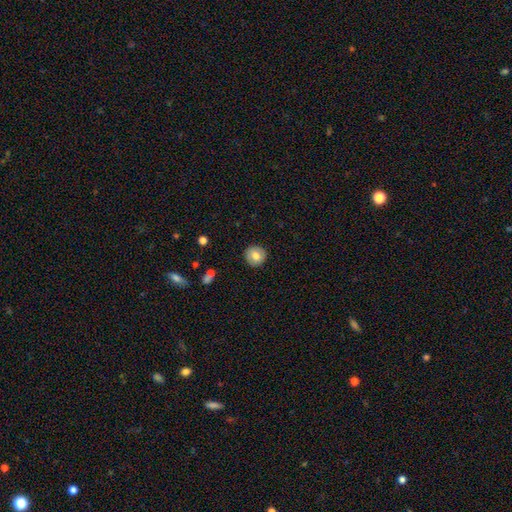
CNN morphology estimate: Smooth or featured? Predicted: smooth (p=0.77). How rounded? Predicted: round (p=0.91). Merging? Predicted: none (p=0.90).